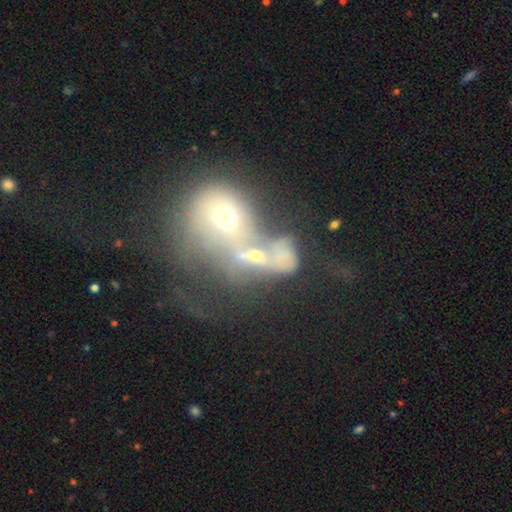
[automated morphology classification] smooth_or_featured: featured or disk (p=0.47) [alt: smooth p=0.39]
merging: merger (p=0.76) [alt: major disturbance p=0.13]